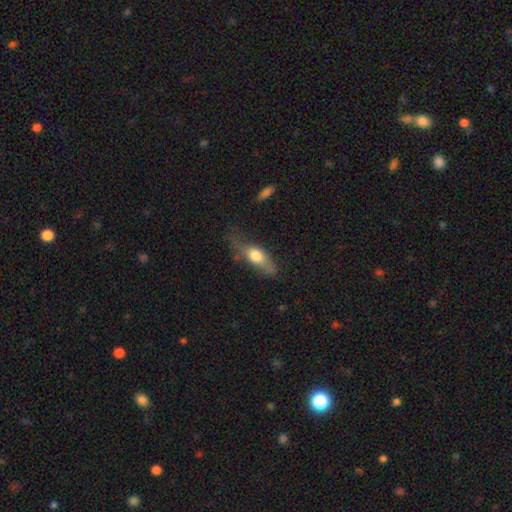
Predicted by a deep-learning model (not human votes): Overall: smooth (62%; featured or disk 31%). How rounded: in between (69%). Merging: none (43%; minor disturbance 33%).